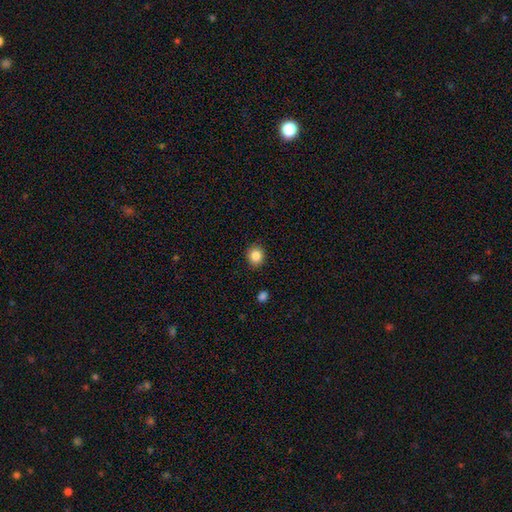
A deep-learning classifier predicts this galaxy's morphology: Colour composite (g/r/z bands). It shows a smooth galaxy with no disk features (86%) that is round (79%). Merging: none (90%).